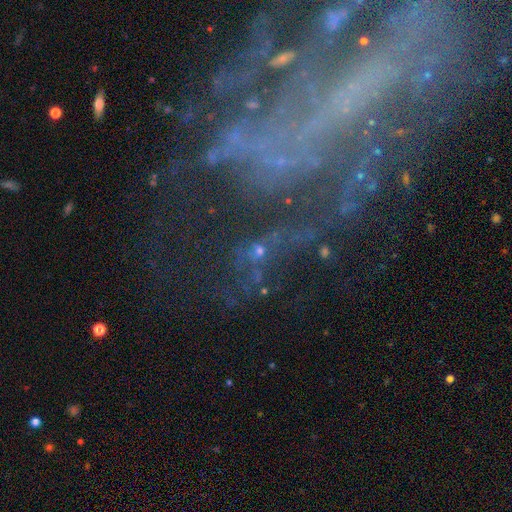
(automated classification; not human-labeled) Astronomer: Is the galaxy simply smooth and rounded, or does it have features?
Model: featured or disk — 56%.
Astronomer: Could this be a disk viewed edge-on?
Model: no — 93%.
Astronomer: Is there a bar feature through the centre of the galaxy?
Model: no — 64%.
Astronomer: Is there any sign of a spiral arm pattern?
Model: yes — 65%.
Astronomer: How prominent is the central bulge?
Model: small — 46% (runner-up: none, 34%).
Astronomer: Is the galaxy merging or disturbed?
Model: none — 51% (runner-up: major disturbance, 26%).